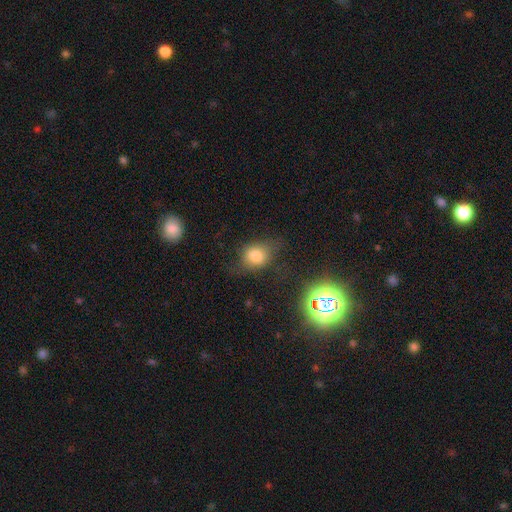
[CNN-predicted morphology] The model was most divided on "how rounded": round: 50%, in between: 48%, cigar-shaped: 2%. More confident: smooth or featured — smooth (73%); merging — none (57%).